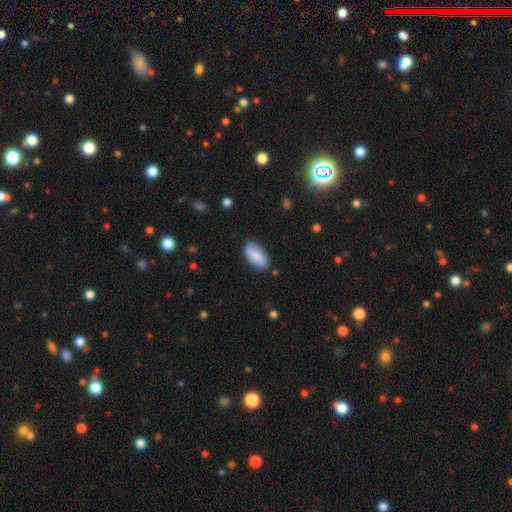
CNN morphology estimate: smooth-or-featured: smooth: 79% | featured or disk: 15% | star or artifact: 6%
  how-rounded: in between: 90% | cigar-shaped: 7% | round: 2%
  merging: none: 82% | minor disturbance: 14% | major disturbance: 3% | merger: 2%